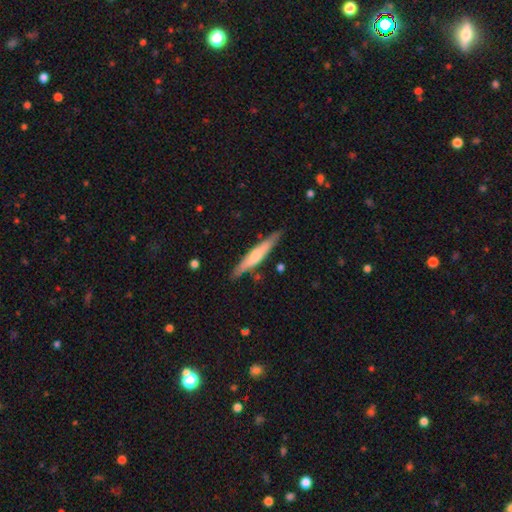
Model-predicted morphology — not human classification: Smooth or featured?
  - smooth: 52% *
  - featured or disk: 43%
  - star or artifact: 5%
How rounded?
  - cigar-shaped: 91% *
  - in between: 7%
  - round: 1%
Merging?
  - none: 83% *
  - minor disturbance: 13%
  - major disturbance: 2%
  - merger: 2%